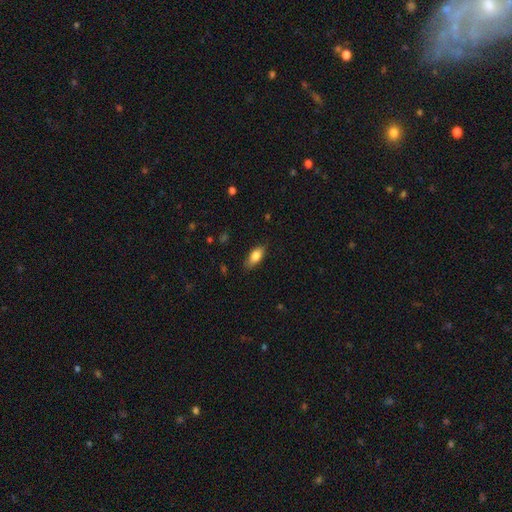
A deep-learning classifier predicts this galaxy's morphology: Smooth or featured: smooth — 82% (featured or disk — 11%)
How rounded: in between — 85% (cigar-shaped — 12%)
Merging: none — 81% (minor disturbance — 15%)